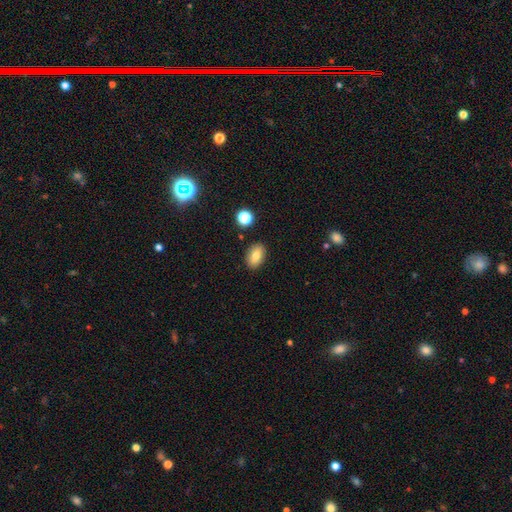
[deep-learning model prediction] Smooth or featured? smooth (79%)
How rounded? in between (88%)
Merging? none (87%)